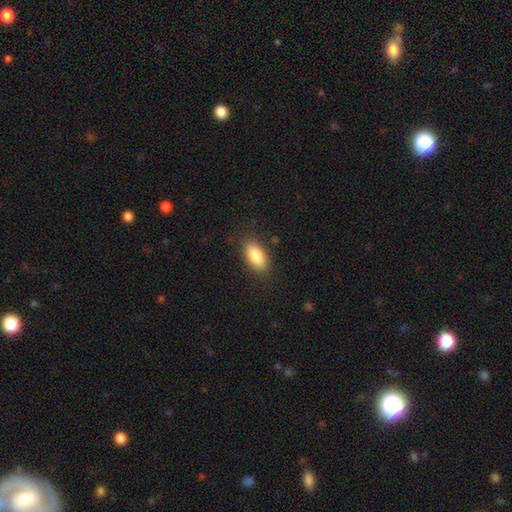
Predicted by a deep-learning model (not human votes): Smooth or featured?
  - smooth: 87% *
  - star or artifact: 7%
  - featured or disk: 7%
How rounded?
  - in between: 90% *
  - cigar-shaped: 7%
  - round: 3%
Merging?
  - none: 85% *
  - minor disturbance: 11%
  - major disturbance: 3%
  - merger: 1%